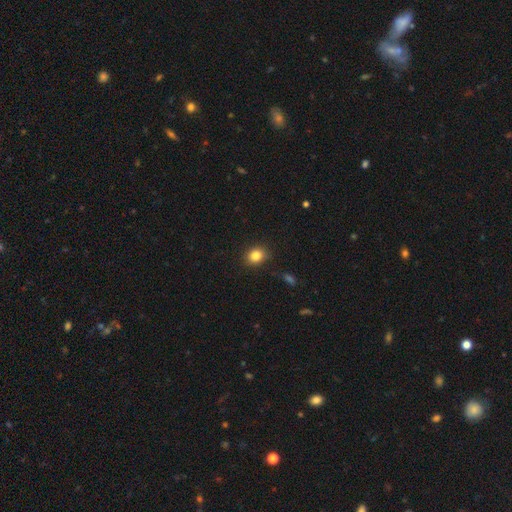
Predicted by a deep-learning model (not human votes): Smooth or featured: smooth — 84% (star or artifact — 11%)
How rounded: round — 65% (in between — 34%)
Merging: none — 85% (minor disturbance — 11%)